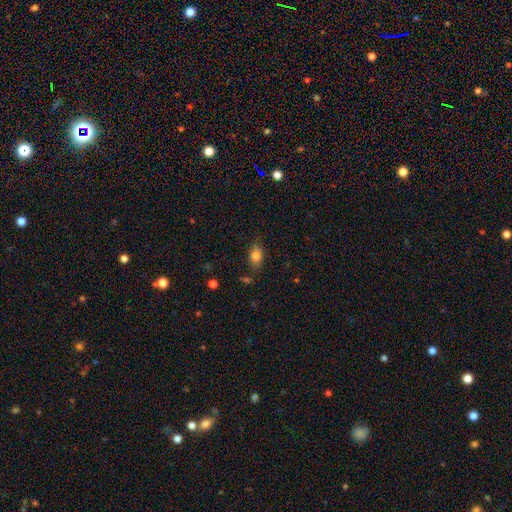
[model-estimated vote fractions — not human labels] Smooth or featured? Predicted: smooth (p=0.81). How rounded? Predicted: in between (p=0.81). Merging? Predicted: none (p=0.76).